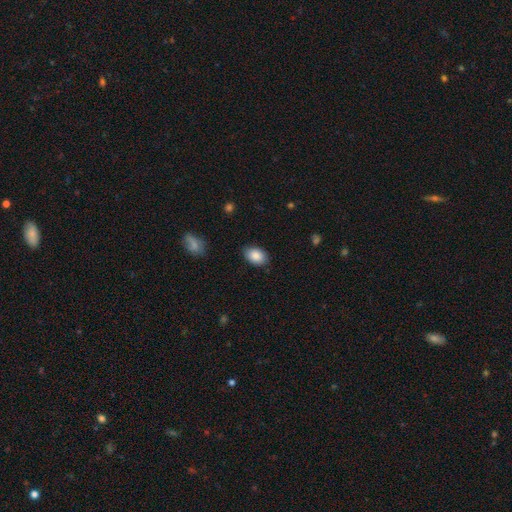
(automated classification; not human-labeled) smooth 87%, star or artifact 7%, featured or disk 6%. Down the decision tree: how rounded — in between (83%); merging — none (86%).